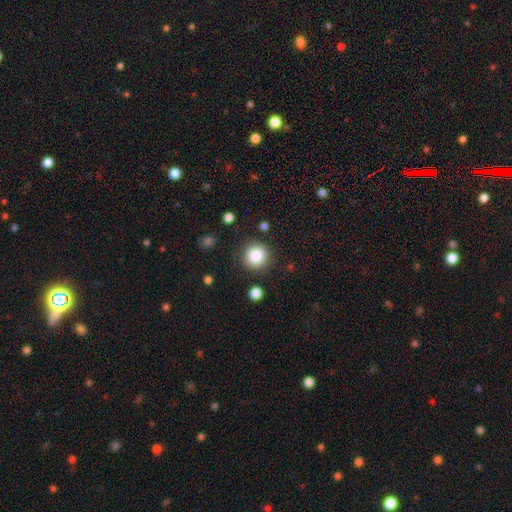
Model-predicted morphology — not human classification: type=smooth (86%); roundness=round (94%); merging=none (87%).